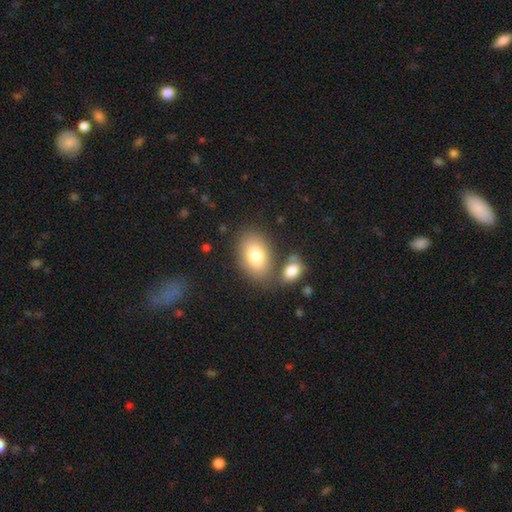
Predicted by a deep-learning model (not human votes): smooth-or-featured: smooth: 79% | featured or disk: 13% | star or artifact: 8%
  how-rounded: in between: 86% | round: 13% | cigar-shaped: 1%
  merging: none: 66% | merger: 17% | minor disturbance: 12% | major disturbance: 5%